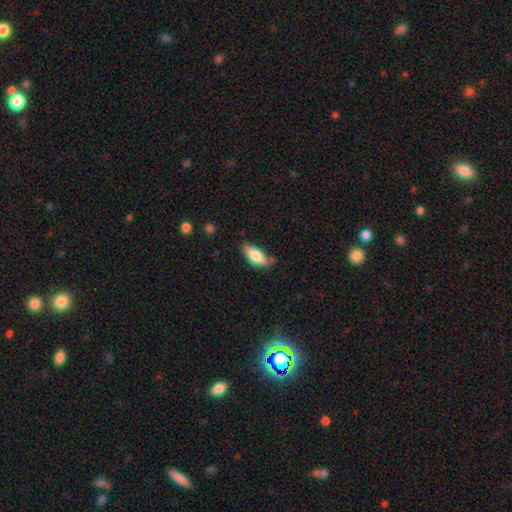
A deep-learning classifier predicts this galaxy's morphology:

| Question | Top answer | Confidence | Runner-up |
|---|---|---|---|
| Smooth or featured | smooth | 82% | featured or disk (12%) |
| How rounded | in between | 86% | cigar-shaped (12%) |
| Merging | none | 64% | minor disturbance (27%) |